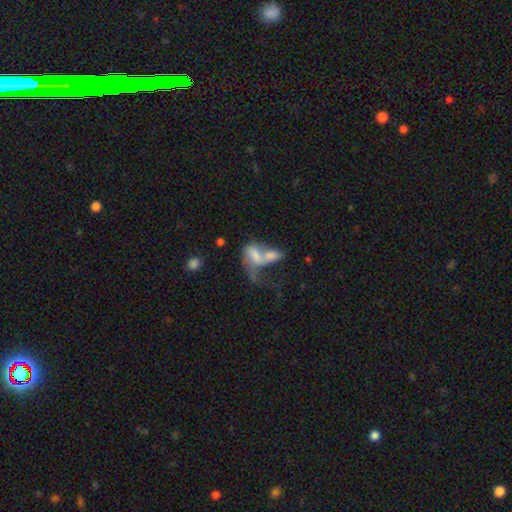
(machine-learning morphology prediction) smooth_or_featured: smooth (p=0.50) [alt: featured or disk p=0.40]
merging: merger (p=0.69) [alt: major disturbance p=0.16]